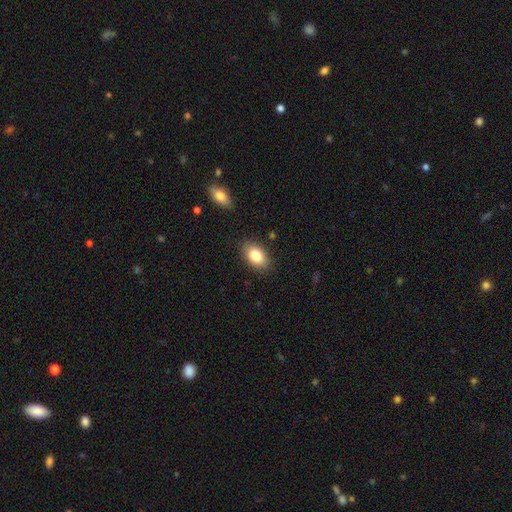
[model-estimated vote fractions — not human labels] smooth 84%, featured or disk 9%, star or artifact 7%. Down the decision tree: how rounded — in between (89%); merging — none (86%).